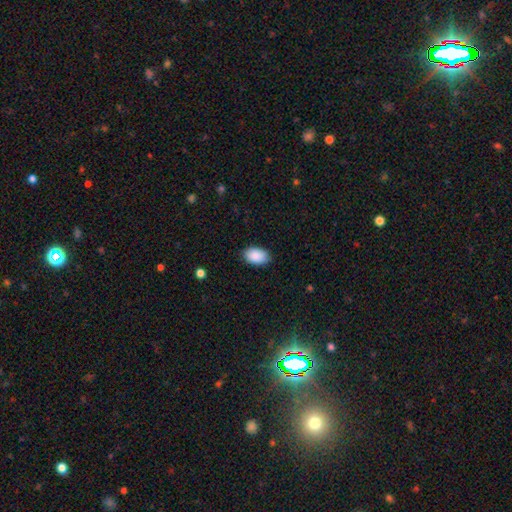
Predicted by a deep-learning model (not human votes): A smooth galaxy with no disk features (90%) that is in between round and cigar-shaped (92%).

Vote fractions:
- Smooth or featured? smooth: 90% / star or artifact: 6% / featured or disk: 4%
- How rounded? in between: 92% / round: 7% / cigar-shaped: 1%
- Merging? none: 86% / minor disturbance: 11% / major disturbance: 2% / merger: 1%